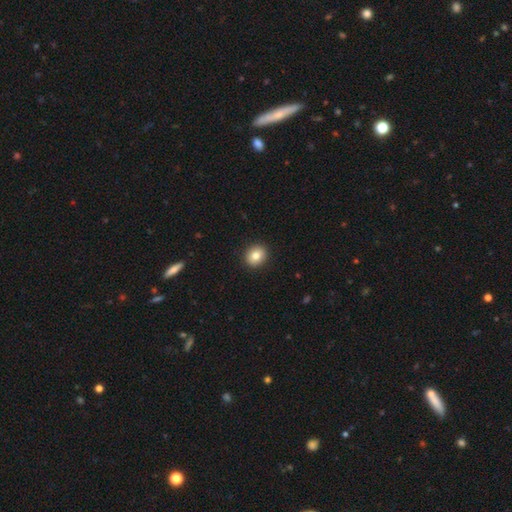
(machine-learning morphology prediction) A smooth galaxy with no disk features (82%) that is round (71%). Merging: none (92%).